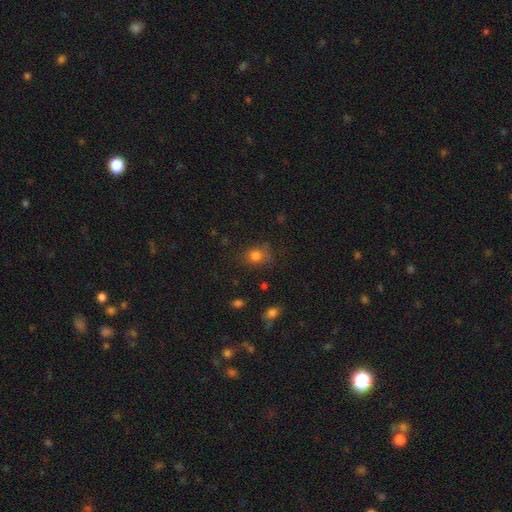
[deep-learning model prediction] Q: Smooth or featured?
A: smooth (79%); runner-up: star or artifact (13%)
Q: How rounded?
A: round (63%); runner-up: in between (36%)
Q: Merging?
A: none (66%); runner-up: minor disturbance (22%)